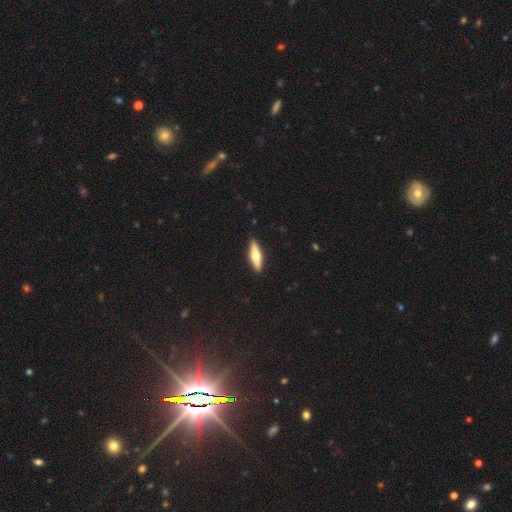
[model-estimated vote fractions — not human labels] Overall: featured or disk (50%; smooth 45%). Merging: none (91%).